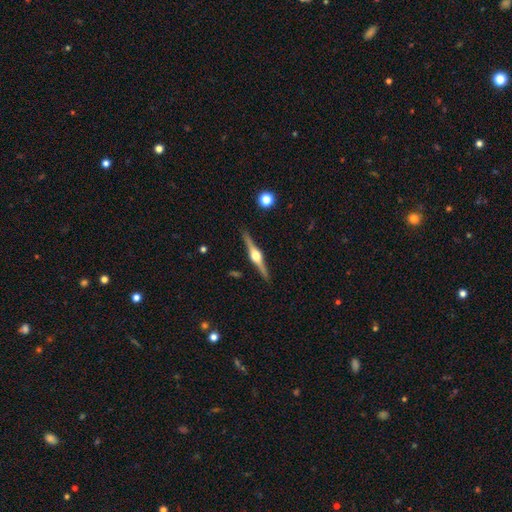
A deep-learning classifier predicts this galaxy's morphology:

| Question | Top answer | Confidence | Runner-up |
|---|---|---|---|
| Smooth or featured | featured or disk | 85% | smooth (10%) |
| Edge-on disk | yes | 99% | no (1%) |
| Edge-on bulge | rounded | 96% | boxy (3%) |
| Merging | none | 91% | minor disturbance (6%) |